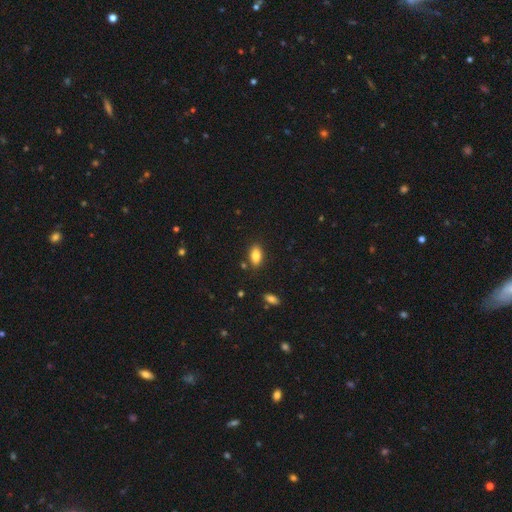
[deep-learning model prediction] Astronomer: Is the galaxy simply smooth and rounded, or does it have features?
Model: smooth — 84%.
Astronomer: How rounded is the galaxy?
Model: in between — 89%.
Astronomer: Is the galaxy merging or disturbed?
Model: none — 83%.